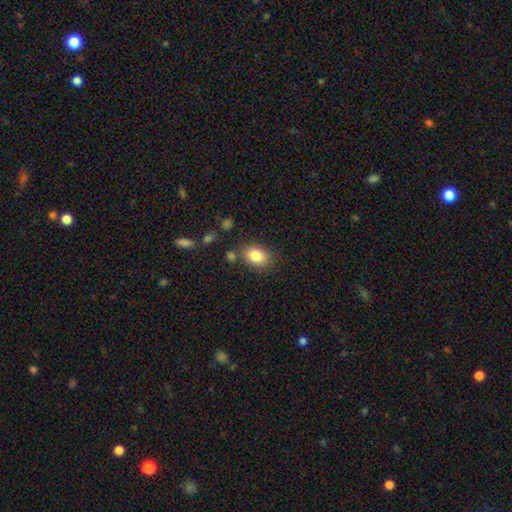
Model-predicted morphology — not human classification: A smooth galaxy with no disk features (84%) that is in between round and cigar-shaped (82%).

Vote fractions:
- Smooth or featured? smooth: 84% / star or artifact: 8% / featured or disk: 8%
- How rounded? in between: 82% / round: 17% / cigar-shaped: 1%
- Merging? none: 77% / minor disturbance: 13% / merger: 6% / major disturbance: 4%